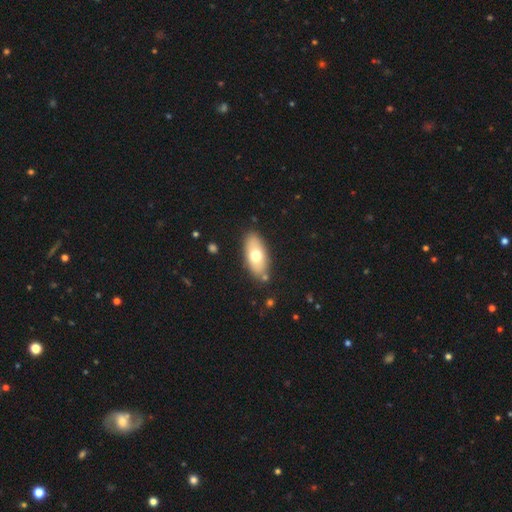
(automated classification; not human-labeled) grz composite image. It shows a smooth galaxy with no disk features (65%) that is in between round and cigar-shaped (89%). Merging: none (83%).